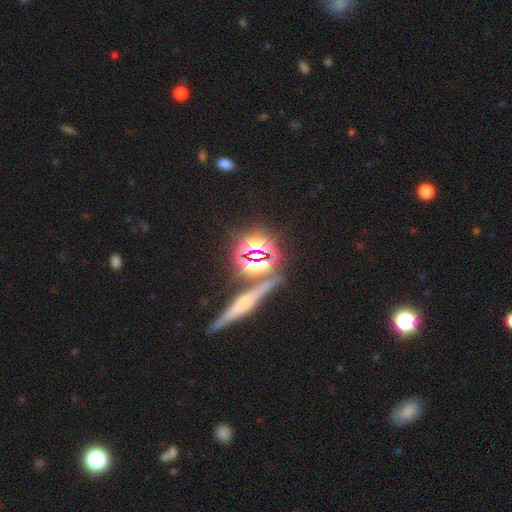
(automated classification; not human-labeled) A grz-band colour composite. It shows a star or artifact, not a galaxy (62%).